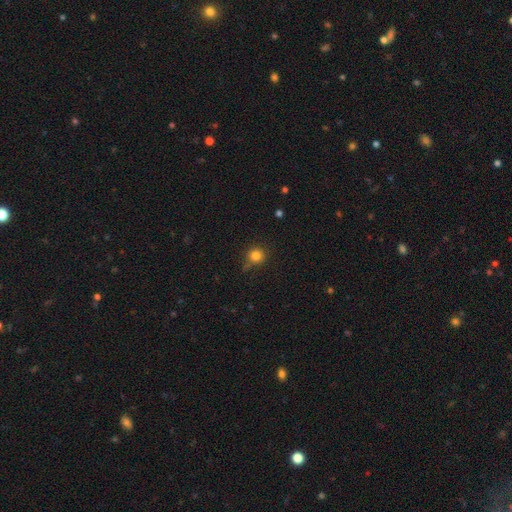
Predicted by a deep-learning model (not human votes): A smooth galaxy with no disk features (82%) that is round (92%).

Vote fractions:
- Smooth or featured? smooth: 82% / star or artifact: 12% / featured or disk: 6%
- How rounded? round: 92% / in between: 7% / cigar-shaped: 1%
- Merging? none: 73% / minor disturbance: 18% / major disturbance: 5% / merger: 4%